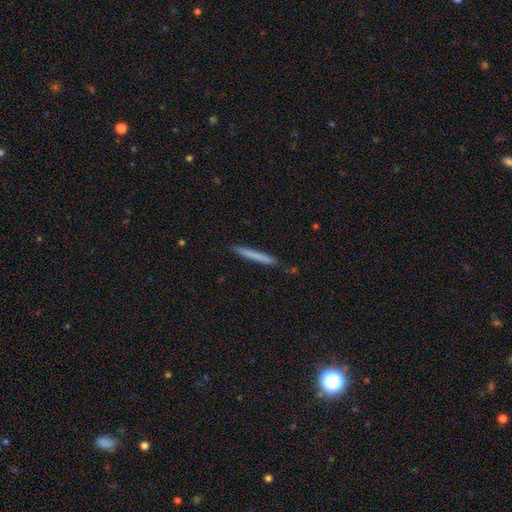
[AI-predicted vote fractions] This is likely a smooth galaxy (71%). How rounded: clearly cigar-shaped (97%). Merging: clearly none (87%).